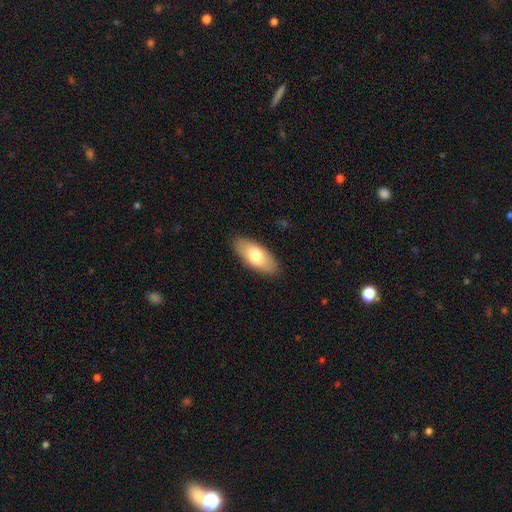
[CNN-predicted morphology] A smooth galaxy with no disk features (74%) that is in between round and cigar-shaped (89%). Merging: none (88%).